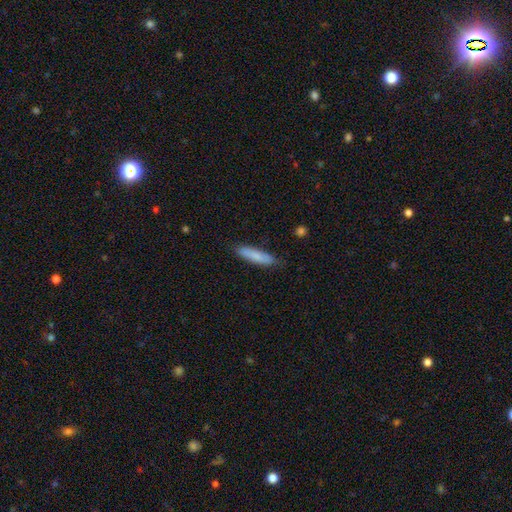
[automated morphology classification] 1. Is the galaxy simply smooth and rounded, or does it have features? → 80% smooth, 14% featured or disk, 6% star or artifact.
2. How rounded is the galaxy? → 78% cigar-shaped, 20% in between, 1% round.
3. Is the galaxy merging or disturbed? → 83% none, 13% minor disturbance, 2% major disturbance, 1% merger.